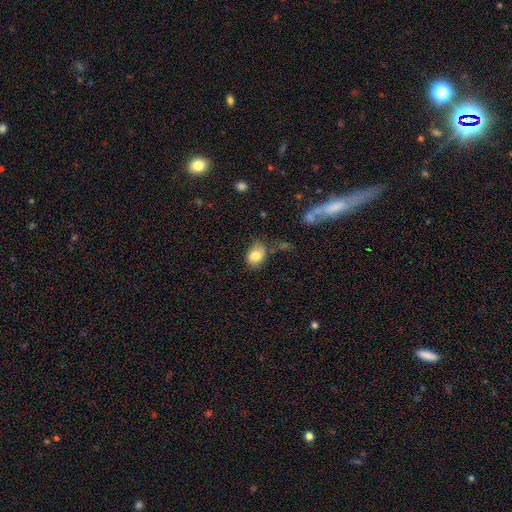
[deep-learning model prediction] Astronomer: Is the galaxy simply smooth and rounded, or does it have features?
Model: smooth — 81%.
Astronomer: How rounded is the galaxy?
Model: in between — 66%.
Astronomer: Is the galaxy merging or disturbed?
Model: none — 66%.